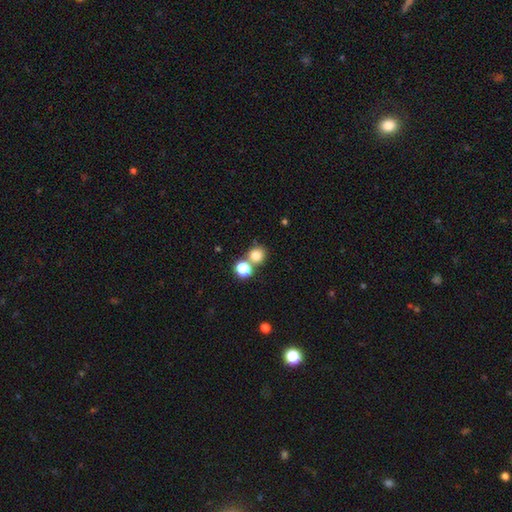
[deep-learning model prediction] Smooth or featured? Predicted: smooth (p=0.78). How rounded? Predicted: round (p=0.83). Merging? Predicted: none (p=0.60).